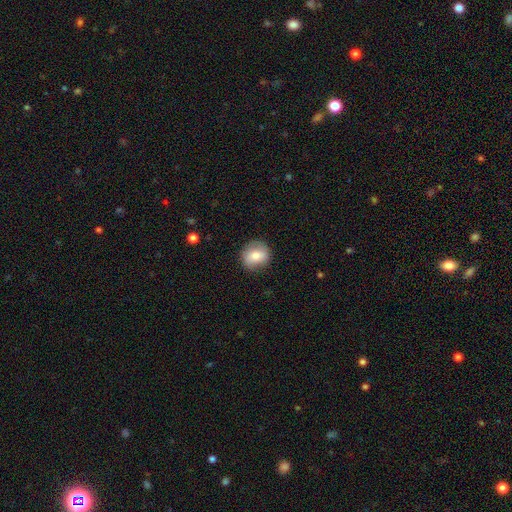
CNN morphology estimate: Q: Smooth or featured?
A: smooth (70%); runner-up: featured or disk (22%)
Q: How rounded?
A: round (81%); runner-up: in between (18%)
Q: Merging?
A: none (85%); runner-up: minor disturbance (11%)